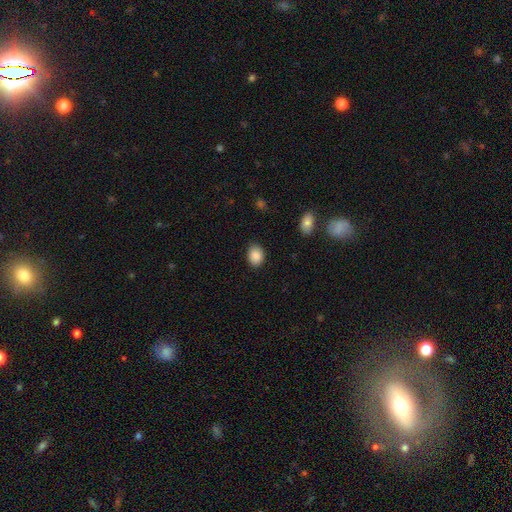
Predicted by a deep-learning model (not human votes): This is clearly a smooth galaxy (88%). How rounded: likely in between (68%). Merging: clearly none (87%).